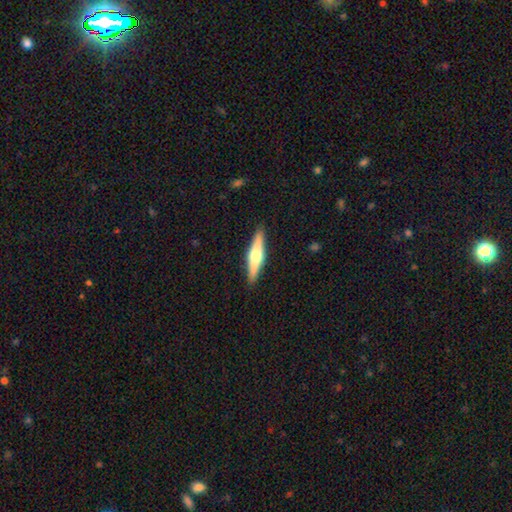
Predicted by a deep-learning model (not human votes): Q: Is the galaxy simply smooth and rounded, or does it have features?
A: featured or disk — 59%.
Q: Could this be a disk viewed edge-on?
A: yes — 96%.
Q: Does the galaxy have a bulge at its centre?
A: rounded — 93%.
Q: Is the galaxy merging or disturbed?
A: none — 90%.